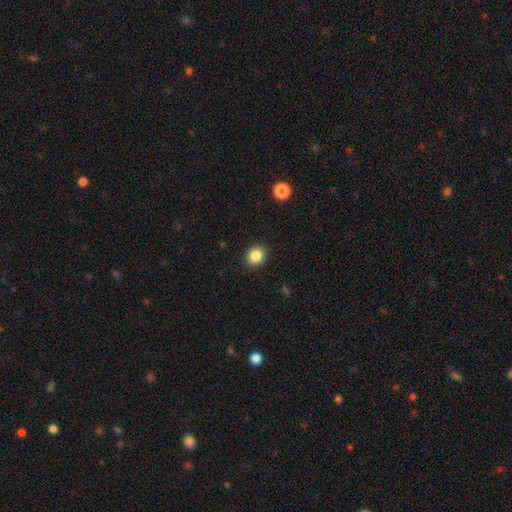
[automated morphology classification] smooth 86%, star or artifact 10%, featured or disk 4%. Down the decision tree: how rounded — round (67%); merging — none (90%).